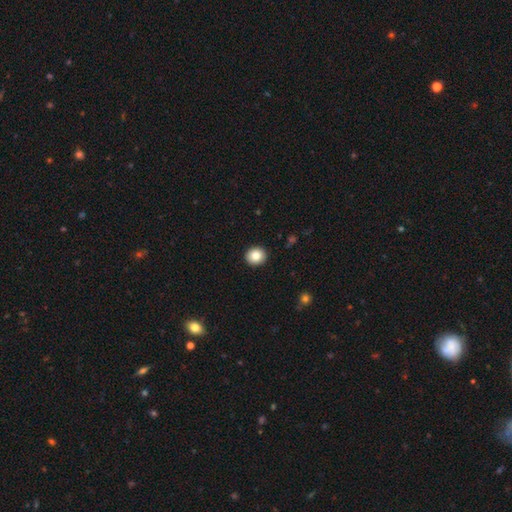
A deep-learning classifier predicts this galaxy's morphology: The model was most divided on "how rounded": round: 83%, in between: 16%, cigar-shaped: 1%. More confident: merging — none (92%); smooth or featured — smooth (85%).